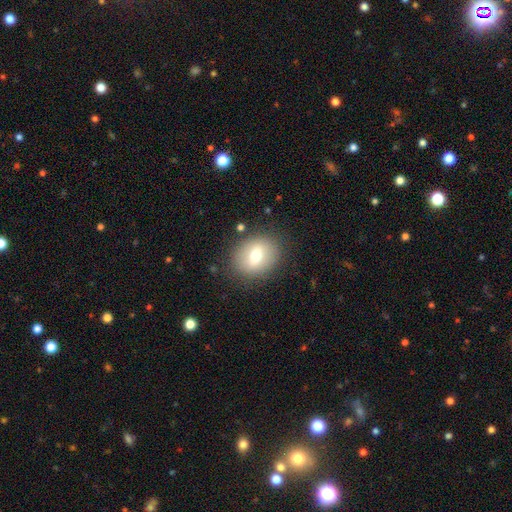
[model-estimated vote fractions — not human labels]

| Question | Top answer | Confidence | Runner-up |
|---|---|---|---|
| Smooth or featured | smooth | 65% | featured or disk (25%) |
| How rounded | round | 60% | in between (39%) |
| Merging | none | 84% | minor disturbance (10%) |